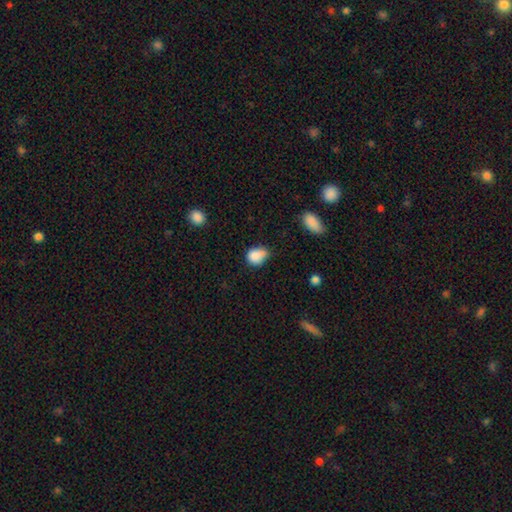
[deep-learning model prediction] Overall: smooth (84%). How rounded: in between (54%; round 44%). Merging: none (43%; minor disturbance 40%).